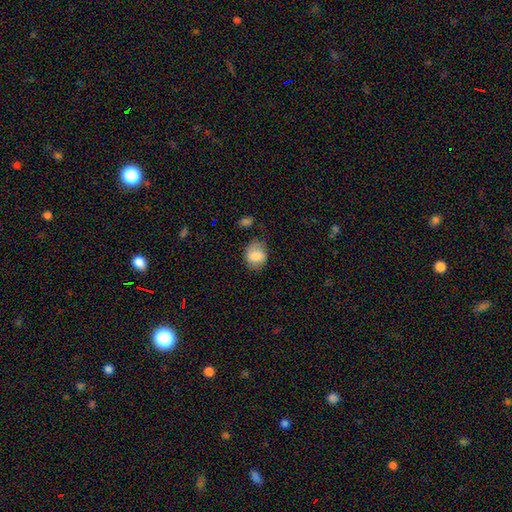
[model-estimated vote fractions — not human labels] Smooth or featured? Predicted: smooth (p=0.81). How rounded? Predicted: round (p=0.58). Merging? Predicted: none (p=0.65).